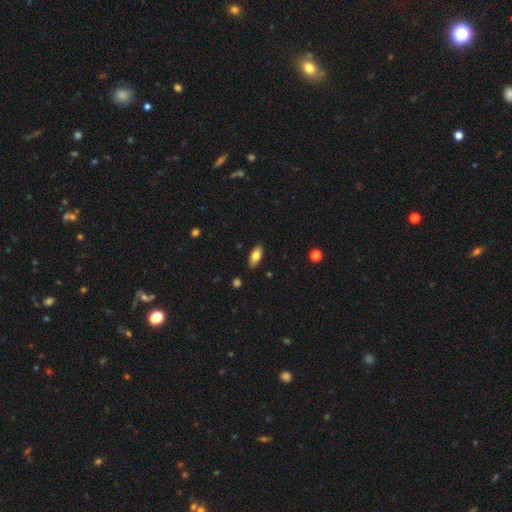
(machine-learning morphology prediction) Smooth or featured: smooth — 74% (featured or disk — 20%)
How rounded: in between — 85% (cigar-shaped — 13%)
Merging: none — 88% (minor disturbance — 9%)